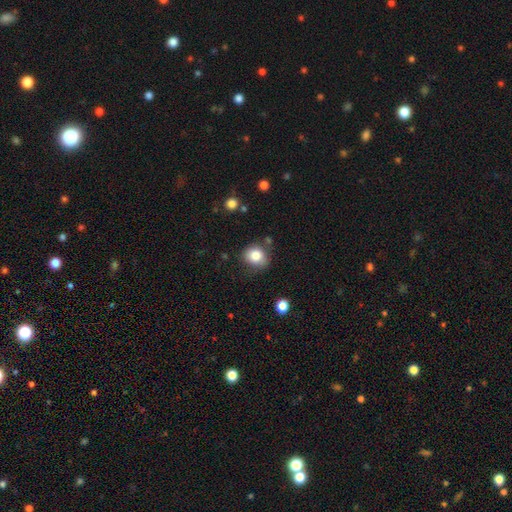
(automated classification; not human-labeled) smooth_or_featured: smooth (p=0.82) [alt: star or artifact p=0.10]
how_rounded: round (p=0.71) [alt: in between p=0.28]
merging: none (p=0.70) [alt: minor disturbance p=0.20]